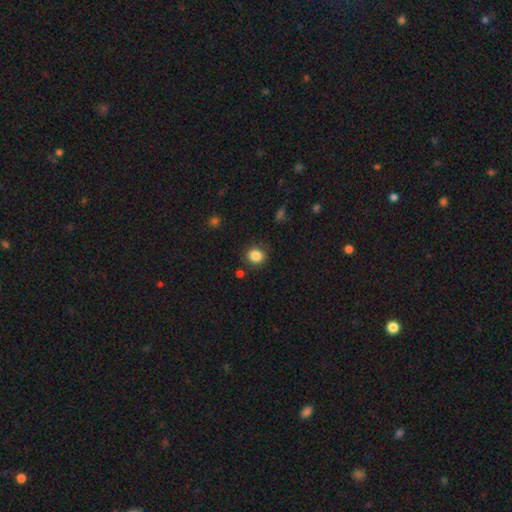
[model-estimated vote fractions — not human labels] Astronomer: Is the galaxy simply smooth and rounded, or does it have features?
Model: smooth — 85%.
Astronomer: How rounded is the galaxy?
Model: round — 77%.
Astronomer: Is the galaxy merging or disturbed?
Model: none — 85%.